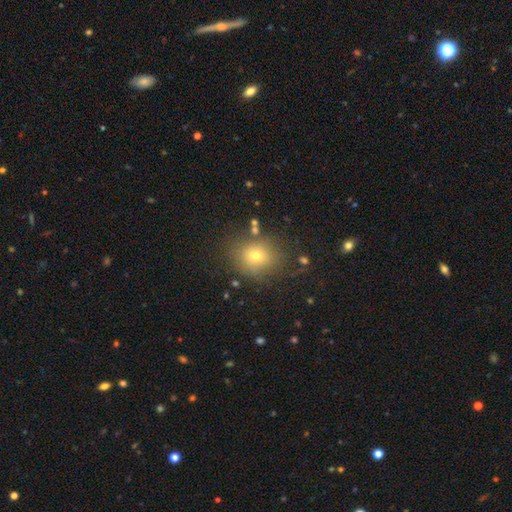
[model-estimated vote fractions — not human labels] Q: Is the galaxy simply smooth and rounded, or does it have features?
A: smooth — 70%.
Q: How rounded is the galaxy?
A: round — 68%.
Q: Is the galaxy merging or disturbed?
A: none — 78%.